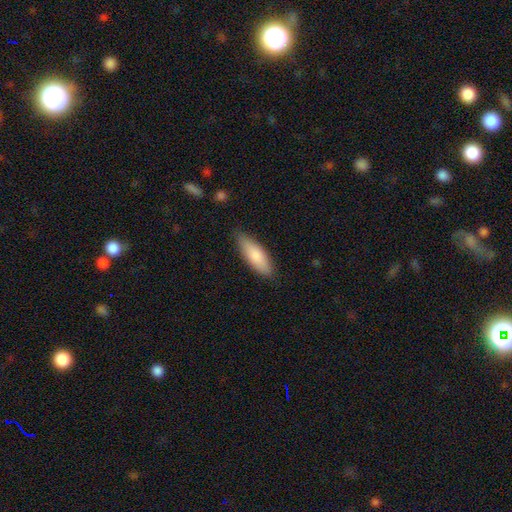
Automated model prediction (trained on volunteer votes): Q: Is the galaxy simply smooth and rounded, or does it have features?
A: smooth — 82%.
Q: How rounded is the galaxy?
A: in between — 62%.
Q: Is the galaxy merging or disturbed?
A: none — 82%.